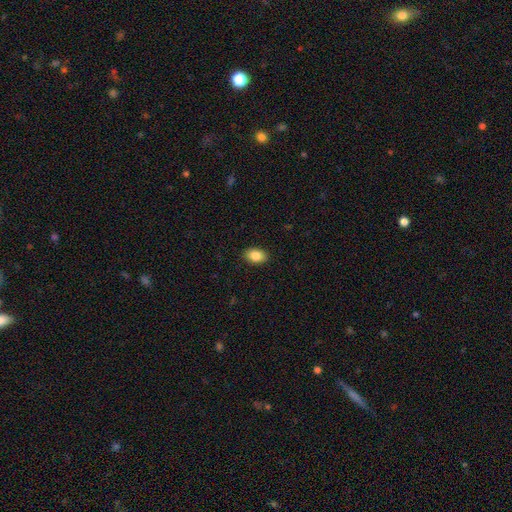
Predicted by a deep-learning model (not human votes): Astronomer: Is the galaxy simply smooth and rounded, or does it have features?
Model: smooth — 86%.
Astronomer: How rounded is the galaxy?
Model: in between — 85%.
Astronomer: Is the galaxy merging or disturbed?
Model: none — 89%.